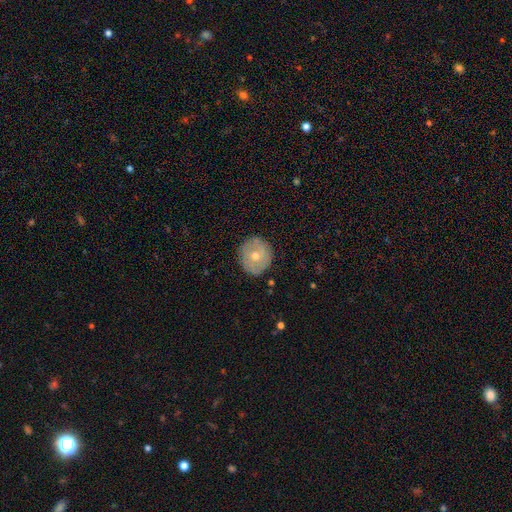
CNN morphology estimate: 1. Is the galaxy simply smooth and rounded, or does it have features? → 57% smooth, 35% featured or disk, 8% star or artifact.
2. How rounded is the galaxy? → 92% round, 7% in between, 1% cigar-shaped.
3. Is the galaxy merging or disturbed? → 87% none, 10% minor disturbance, 2% major disturbance, 1% merger.